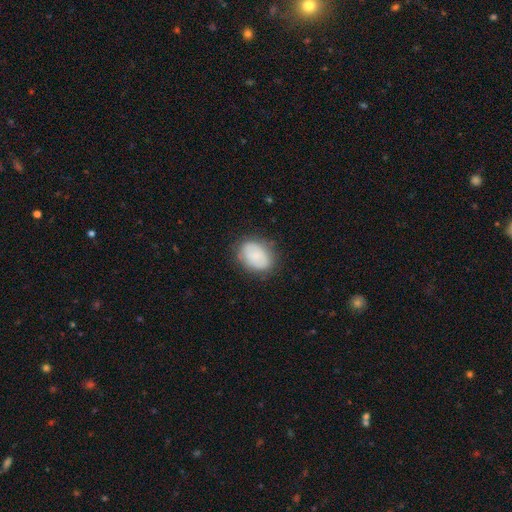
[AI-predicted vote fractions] This appears to be a smooth galaxy with no disk features (76%) that is in between round and cigar-shaped (73%). Merging: none (75%).